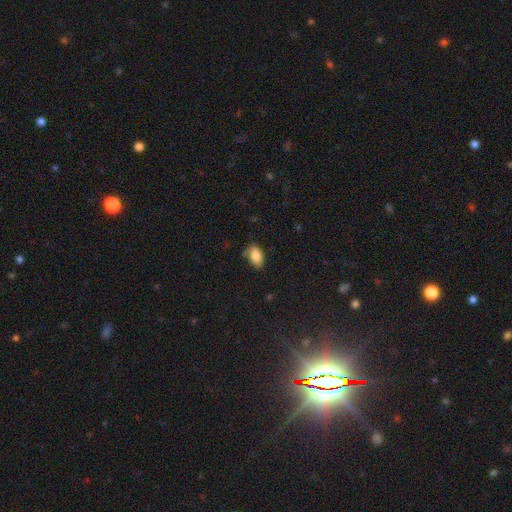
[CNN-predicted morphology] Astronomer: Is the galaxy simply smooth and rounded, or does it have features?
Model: smooth — 84%.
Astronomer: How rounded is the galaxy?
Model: in between — 91%.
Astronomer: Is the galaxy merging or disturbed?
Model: none — 64%.